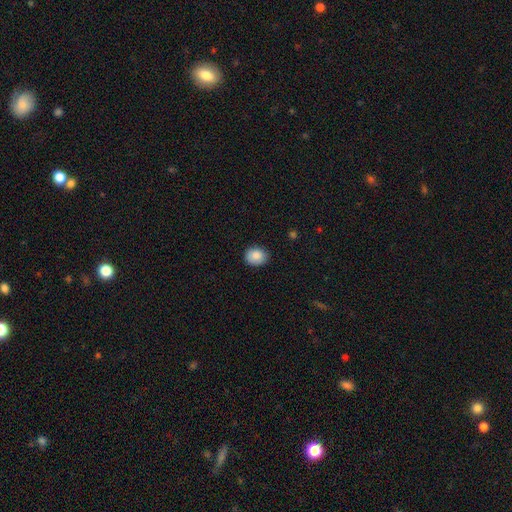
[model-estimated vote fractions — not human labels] smooth 85%, star or artifact 8%, featured or disk 7%. Down the decision tree: how rounded — round (62%); merging — none (82%).